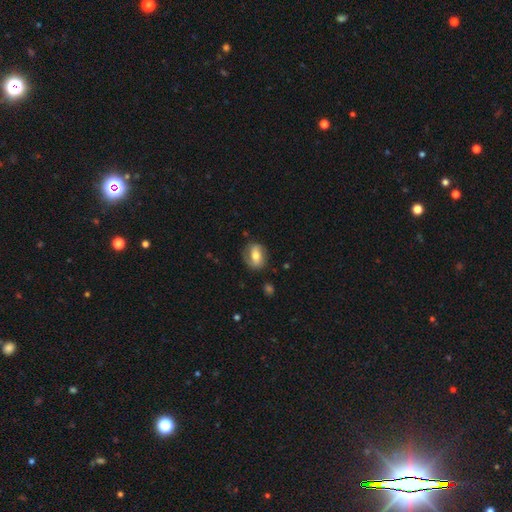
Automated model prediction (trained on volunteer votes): This is possibly a smooth galaxy (47%). Merging: likely none (74%).